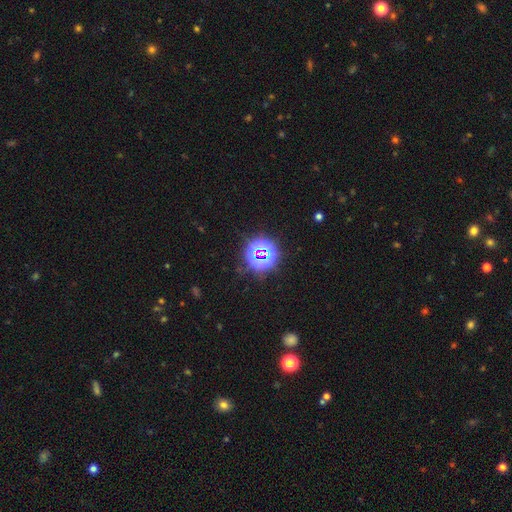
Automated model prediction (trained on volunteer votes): Smooth or featured? Predicted: star or artifact (p=0.76).